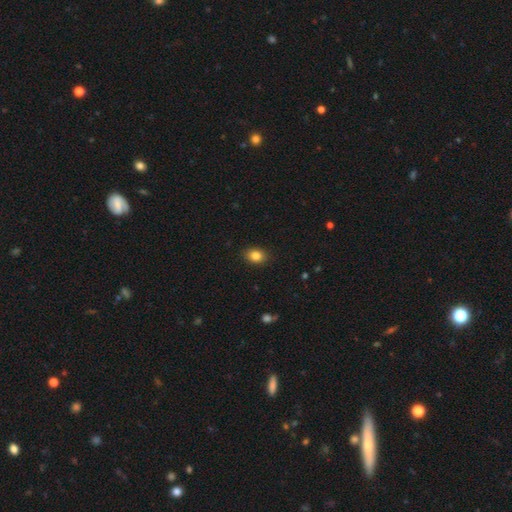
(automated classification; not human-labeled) Overall: smooth (85%). How rounded: in between (67%; round 32%). Merging: none (88%).